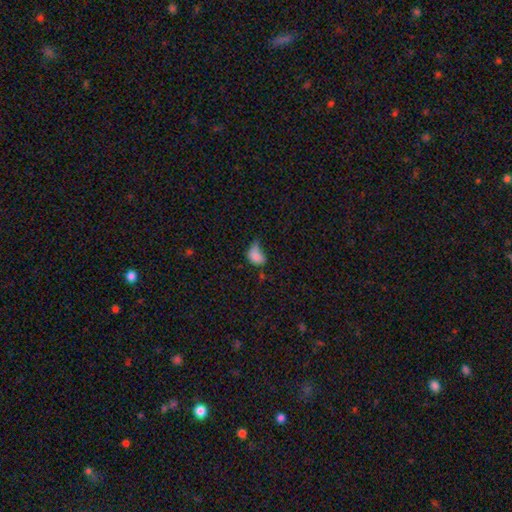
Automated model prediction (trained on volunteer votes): smooth 79%, star or artifact 11%, featured or disk 10%. Down the decision tree: how rounded — in between (82%); merging — major disturbance (36%).